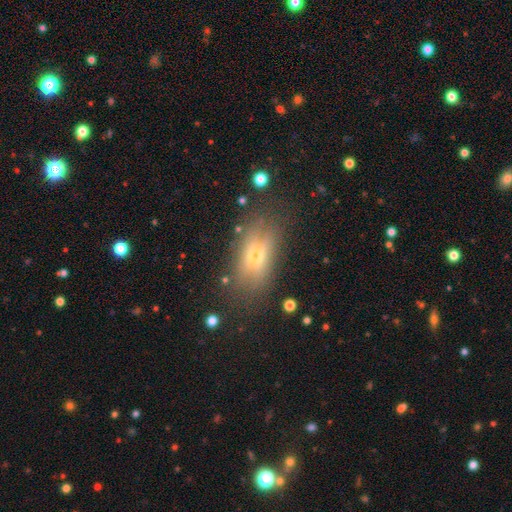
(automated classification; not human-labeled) The model was most divided on "smooth or featured": smooth: 45%, featured or disk: 41%, star or artifact: 14%. More confident: merging — none (72%).